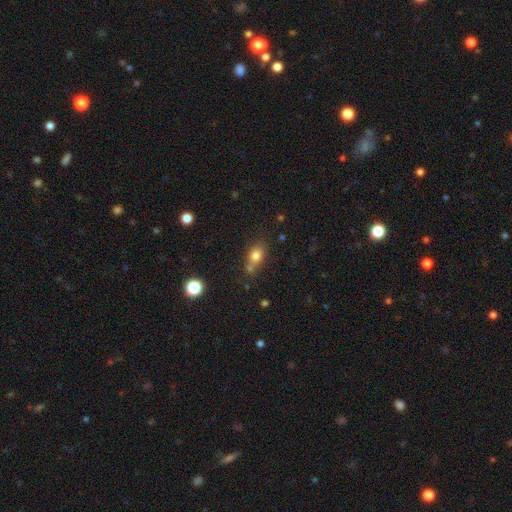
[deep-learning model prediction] smooth_or_featured: smooth (p=0.77) [alt: star or artifact p=0.12]
how_rounded: in between (p=0.62) [alt: round p=0.35]
merging: none (p=0.55) [alt: merger p=0.22]